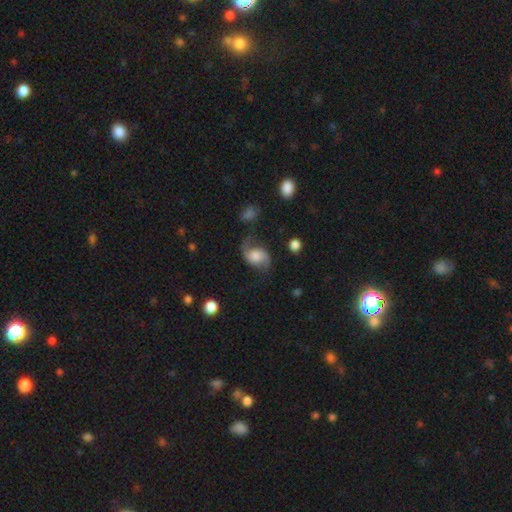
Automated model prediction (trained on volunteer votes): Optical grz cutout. It shows a featured or disk galaxy (62%) with no bar (60%), 2 (87%) loose (63%) spiral arms (90%) and a large central bulge (33%). Merging: none (53%).